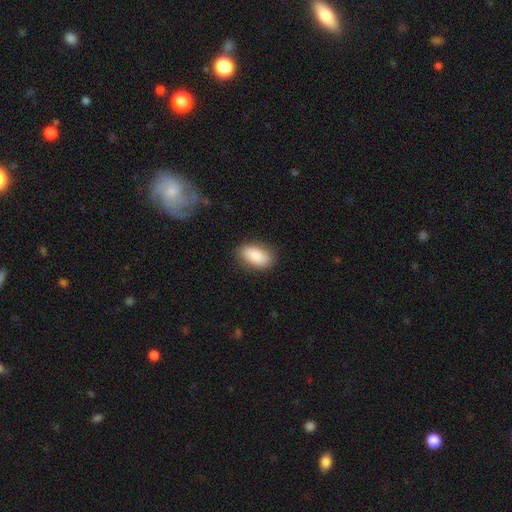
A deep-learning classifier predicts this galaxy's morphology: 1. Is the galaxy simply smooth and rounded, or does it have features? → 86% smooth, 8% featured or disk, 6% star or artifact.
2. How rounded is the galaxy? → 92% in between, 5% round, 3% cigar-shaped.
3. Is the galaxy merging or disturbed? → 84% none, 12% minor disturbance, 3% major disturbance, 1% merger.